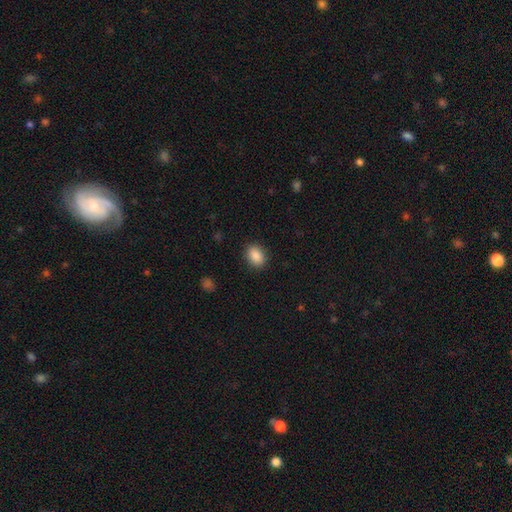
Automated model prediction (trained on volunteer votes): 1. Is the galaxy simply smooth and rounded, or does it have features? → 88% smooth, 8% star or artifact, 4% featured or disk.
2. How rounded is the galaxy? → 71% in between, 28% round, 1% cigar-shaped.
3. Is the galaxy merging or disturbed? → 88% none, 9% minor disturbance, 2% major disturbance, 1% merger.